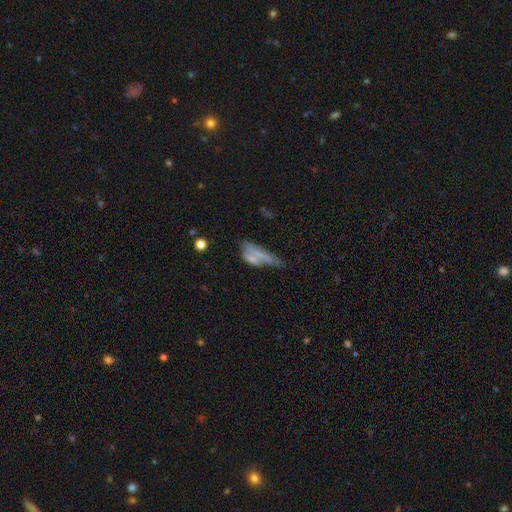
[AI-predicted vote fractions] Overall: smooth (57%; featured or disk 32%). How rounded: in between (49%; cigar-shaped 47%). Merging: none (30%; merger 27%).